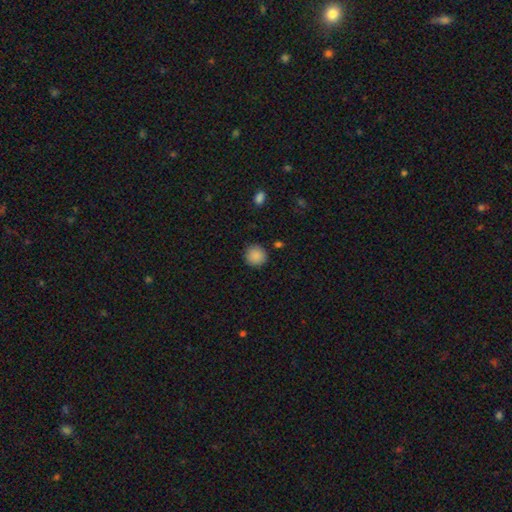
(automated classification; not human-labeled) Morphology: type=smooth (88%); roundness=round (94%); merging=none (90%).